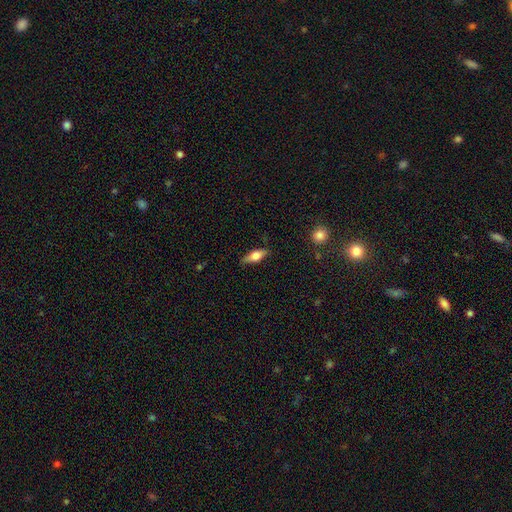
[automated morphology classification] Overall: smooth (56%; featured or disk 37%). How rounded: in between (65%; cigar-shaped 31%). Merging: none (81%).